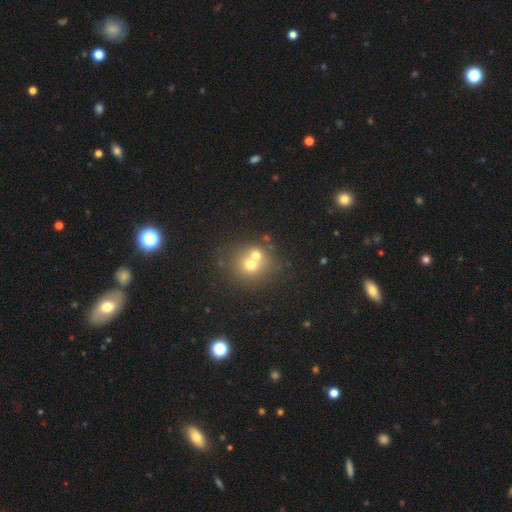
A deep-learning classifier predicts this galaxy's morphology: Smooth or featured?
  - smooth: 64% *
  - featured or disk: 22%
  - star or artifact: 14%
How rounded?
  - round: 83% *
  - in between: 16%
  - cigar-shaped: 1%
Merging?
  - merger: 52% *
  - none: 39%
  - minor disturbance: 6%
  - major disturbance: 3%